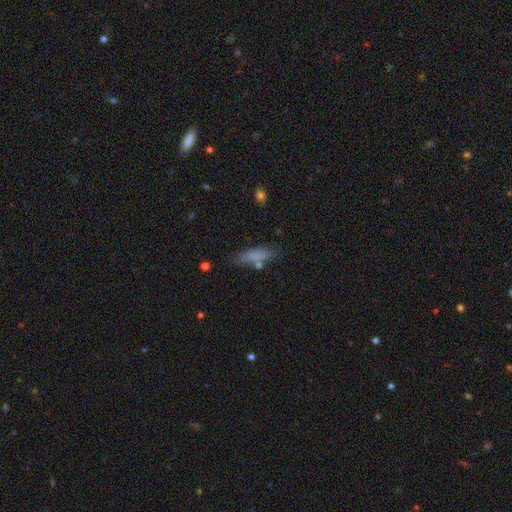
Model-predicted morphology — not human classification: smooth 77%, featured or disk 13%, star or artifact 10%. Down the decision tree: how rounded — cigar-shaped (61%); merging — none (75%).